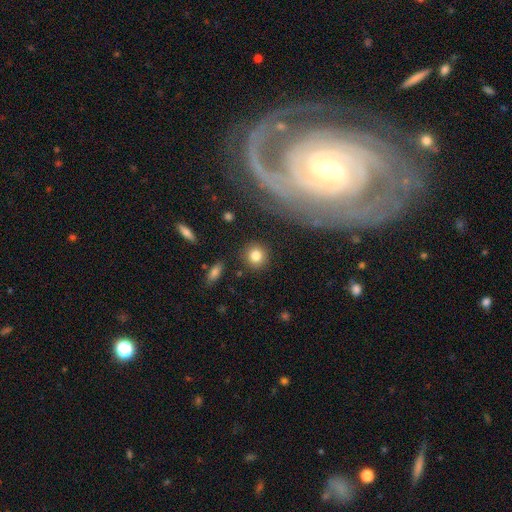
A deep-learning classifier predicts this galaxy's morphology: A smooth galaxy with no disk features (83%) that is round (90%). Merging: none (88%).